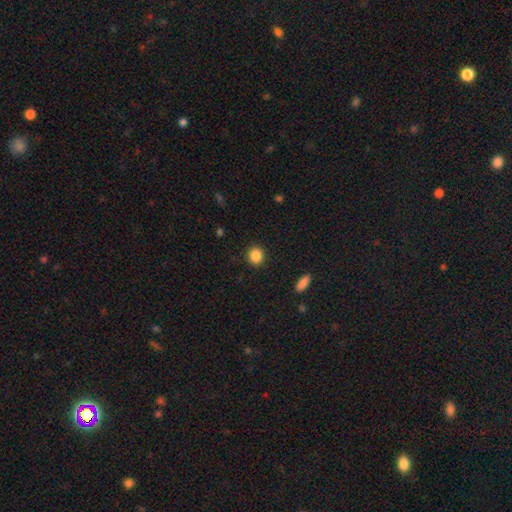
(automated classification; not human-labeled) Overall: smooth (87%). How rounded: round (86%). Merging: none (91%).